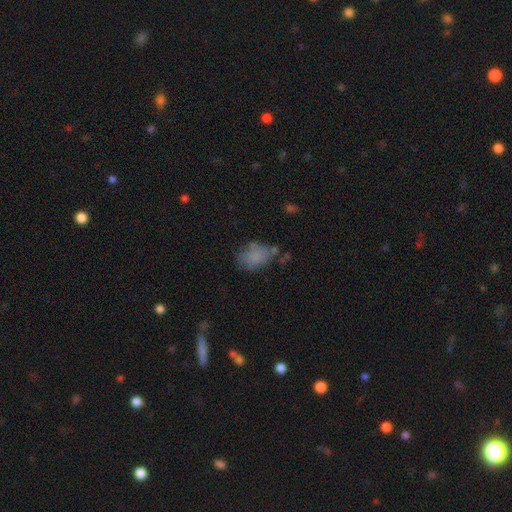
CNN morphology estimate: A smooth galaxy with no disk features (73%) that is in between round and cigar-shaped (81%).

Vote fractions:
- Smooth or featured? smooth: 73% / featured or disk: 16% / star or artifact: 11%
- How rounded? in between: 81% / round: 17% / cigar-shaped: 2%
- Merging? none: 51% / minor disturbance: 27% / major disturbance: 14% / merger: 7%